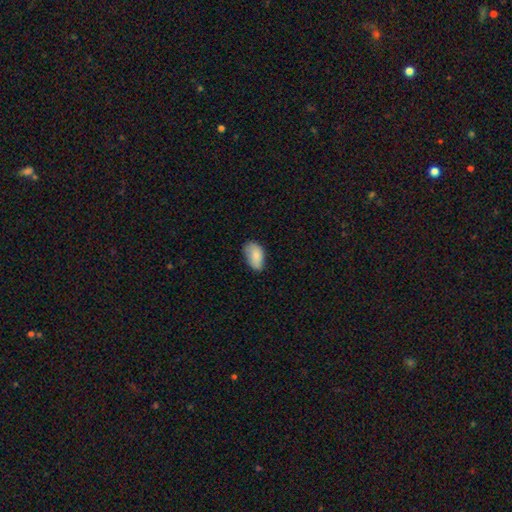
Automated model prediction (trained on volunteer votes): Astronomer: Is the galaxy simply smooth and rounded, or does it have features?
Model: smooth — 84%.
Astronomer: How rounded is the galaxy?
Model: in between — 93%.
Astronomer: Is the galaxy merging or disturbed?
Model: none — 65%.